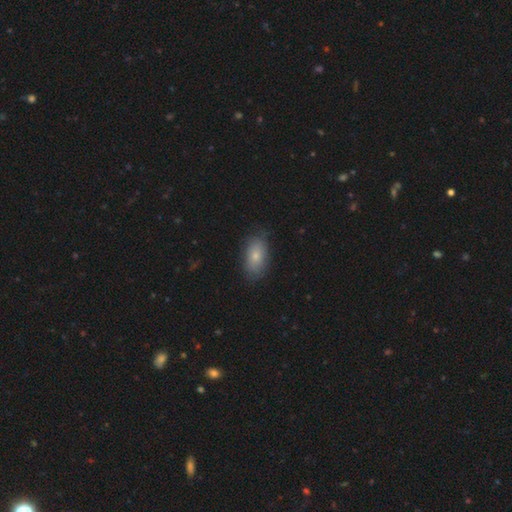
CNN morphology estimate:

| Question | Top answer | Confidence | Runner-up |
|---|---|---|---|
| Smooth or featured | smooth | 77% | featured or disk (15%) |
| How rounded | in between | 91% | round (6%) |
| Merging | none | 79% | minor disturbance (16%) |